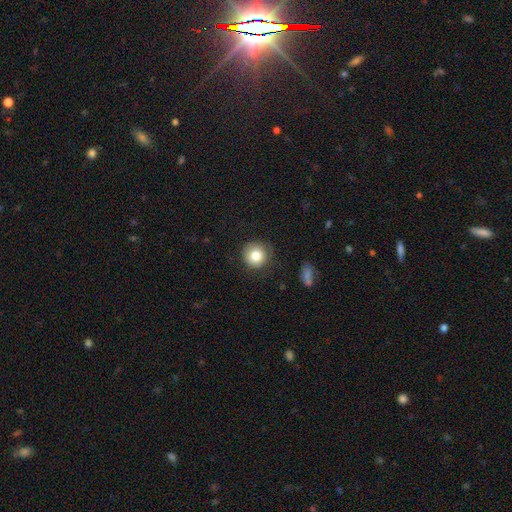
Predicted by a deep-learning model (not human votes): This appears to be a smooth galaxy with no disk features (81%) that is round (94%). Merging: none (82%).